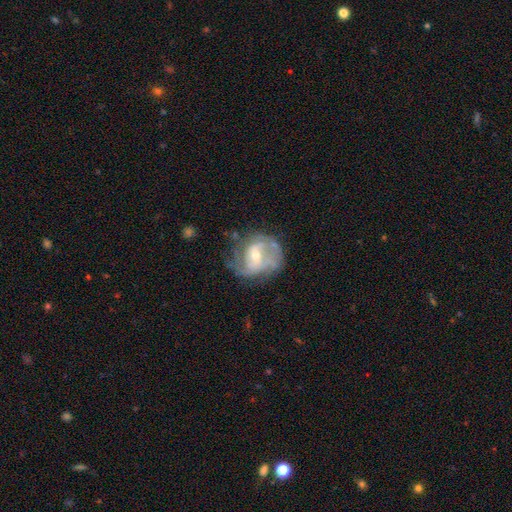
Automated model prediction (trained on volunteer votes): Smooth or featured: featured or disk — 78% (smooth — 15%)
Edge-on disk: no — 97% (yes — 3%)
Bar: no — 46% (weak — 42%)
Spiral arms: yes — 86% (no — 14%)
Spiral winding: medium — 44% (tight — 31%)
Spiral arm count: 2 — 46% (can't tell — 26%)
Bulge size: small — 50% (moderate — 46%)
Merging: none — 54% (minor disturbance — 25%)